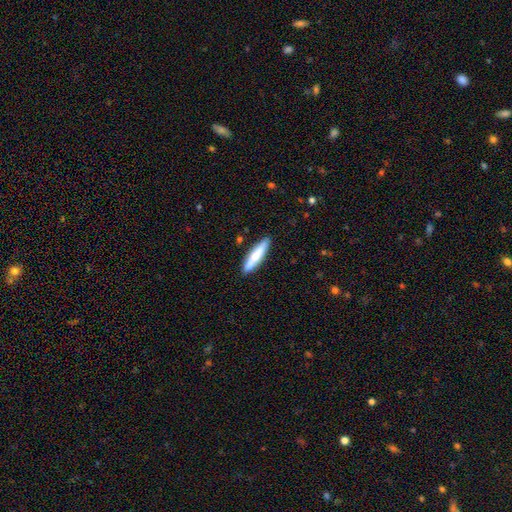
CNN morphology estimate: smooth_or_featured: smooth (p=0.69) [alt: featured or disk p=0.26]
how_rounded: cigar-shaped (p=0.83) [alt: in between p=0.15]
merging: none (p=0.86) [alt: minor disturbance p=0.10]